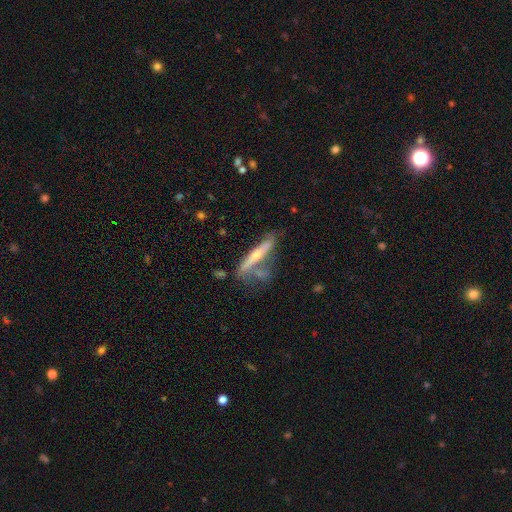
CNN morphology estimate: The model was most divided on "smooth or featured": featured or disk: 61%, smooth: 33%, star or artifact: 6%. More confident: edge-on disk — yes (90%); edge-on bulge — rounded (79%); merging — none (60%).